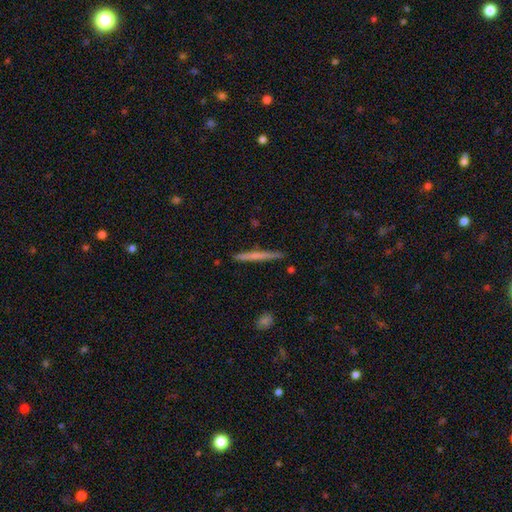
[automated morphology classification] A smooth galaxy with no disk features (51%) that is cigar-shaped (96%). Merging: none (90%).